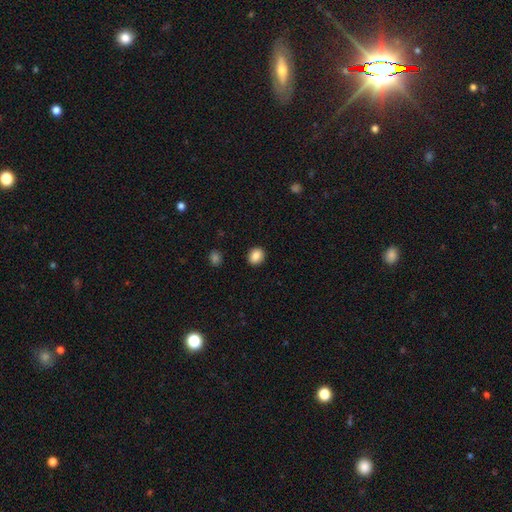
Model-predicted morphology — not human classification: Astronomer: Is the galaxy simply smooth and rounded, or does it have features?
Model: smooth — 87%.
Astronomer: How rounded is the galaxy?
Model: round — 66%.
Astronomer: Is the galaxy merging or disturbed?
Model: none — 91%.